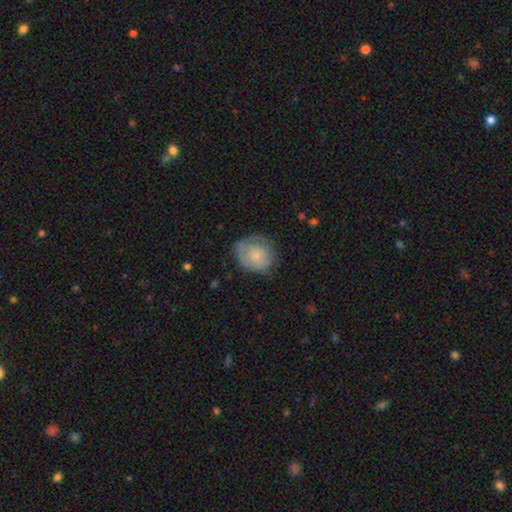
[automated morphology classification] Smooth or featured: smooth — 64% (featured or disk — 29%)
How rounded: round — 72% (in between — 27%)
Merging: none — 63% (minor disturbance — 26%)